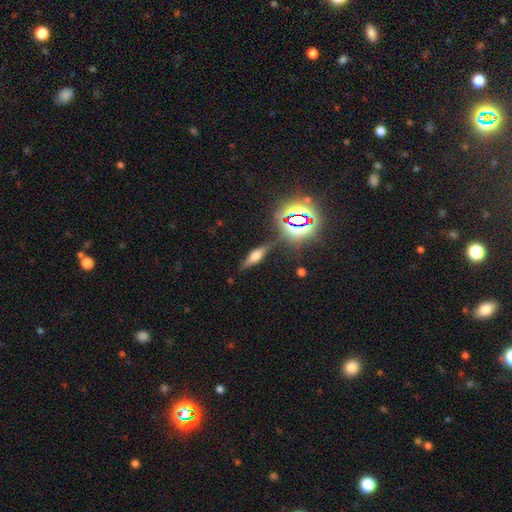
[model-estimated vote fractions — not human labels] Smooth or featured: featured or disk — 50% (smooth — 31%)
Edge-on disk: yes — 90% (no — 10%)
Merging: none — 79% (minor disturbance — 13%)